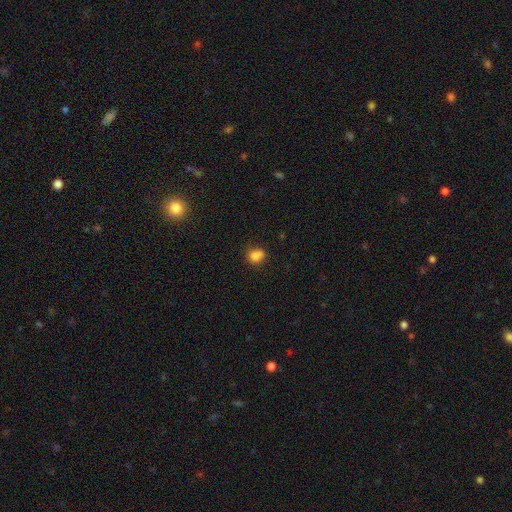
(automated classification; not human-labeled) This appears to be a smooth galaxy with no disk features (83%) that is round (58%). Merging: none (64%).